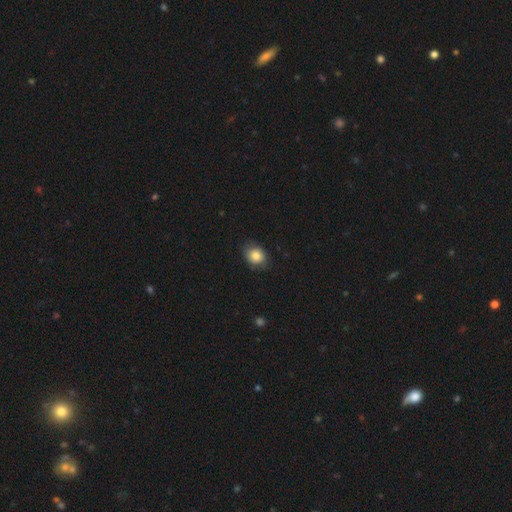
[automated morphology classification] type=smooth (82%); roundness=round (52%); merging=none (77%).